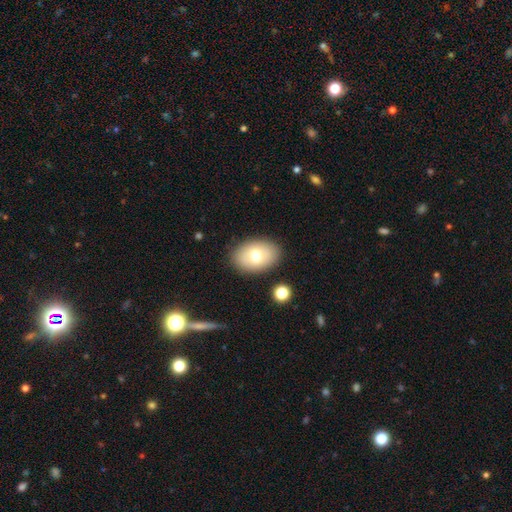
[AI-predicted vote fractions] This appears to be a smooth galaxy with no disk features (72%) that is in between round and cigar-shaped (84%). Merging: none (86%).